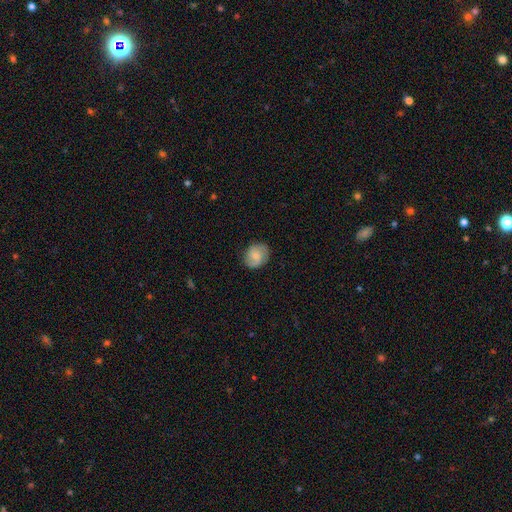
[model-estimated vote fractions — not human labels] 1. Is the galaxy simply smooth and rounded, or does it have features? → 62% smooth, 30% featured or disk, 8% star or artifact.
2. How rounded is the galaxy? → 57% round, 42% in between, 1% cigar-shaped.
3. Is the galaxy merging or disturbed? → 80% none, 15% minor disturbance, 4% major disturbance, 1% merger.